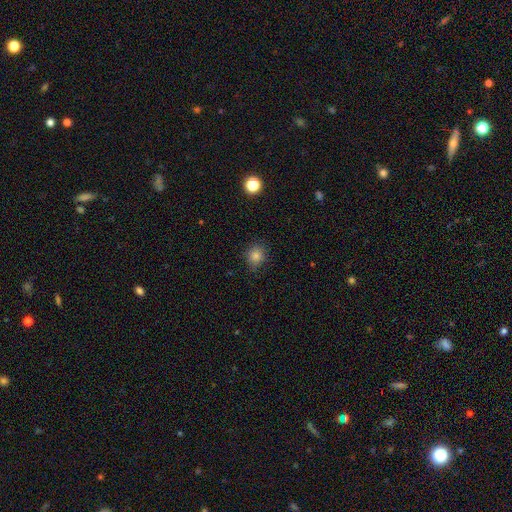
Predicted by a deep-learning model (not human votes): Smooth or featured? Predicted: smooth (p=0.82). How rounded? Predicted: round (p=0.78). Merging? Predicted: none (p=0.84).